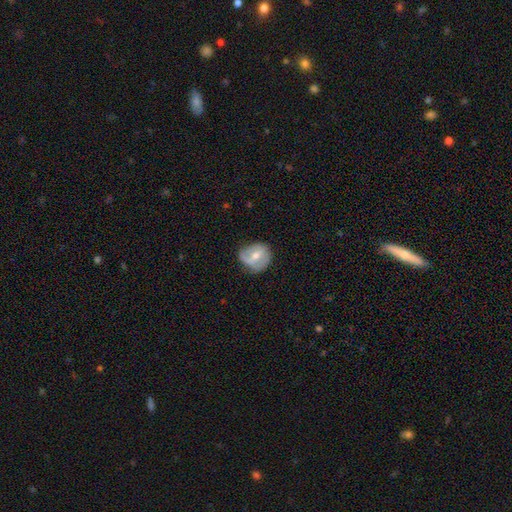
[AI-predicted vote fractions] smooth-or-featured: featured or disk: 51% | smooth: 42% | star or artifact: 7%
  disk-edge-on: no: 97% | yes: 3%
  merging: none: 60% | minor disturbance: 29% | major disturbance: 10% | merger: 2%